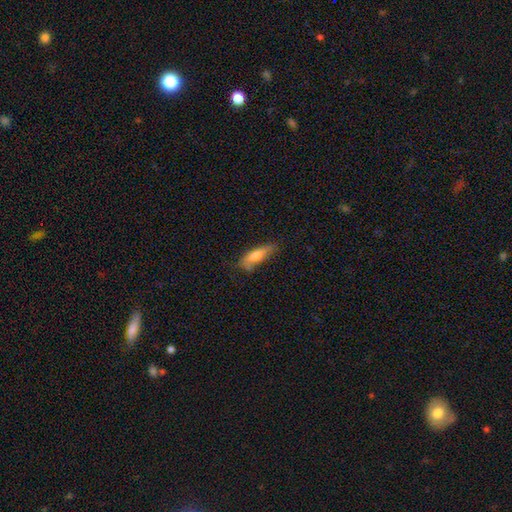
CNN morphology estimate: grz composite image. It shows a smooth galaxy with no disk features (66%) that is cigar-shaped (52%). Merging: none (56%).